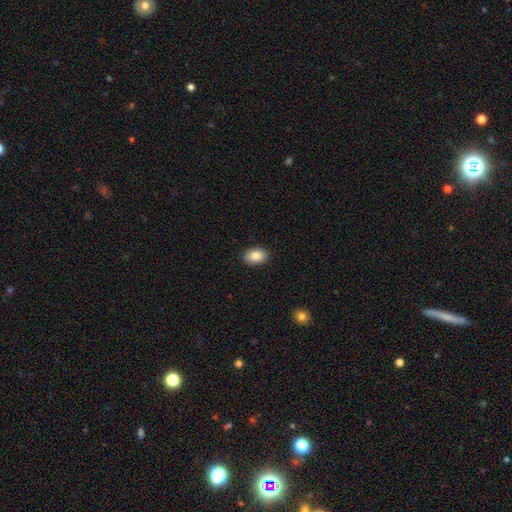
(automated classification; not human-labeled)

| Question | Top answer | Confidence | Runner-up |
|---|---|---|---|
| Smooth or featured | smooth | 87% | star or artifact (7%) |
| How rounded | in between | 87% | round (12%) |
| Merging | none | 89% | minor disturbance (8%) |